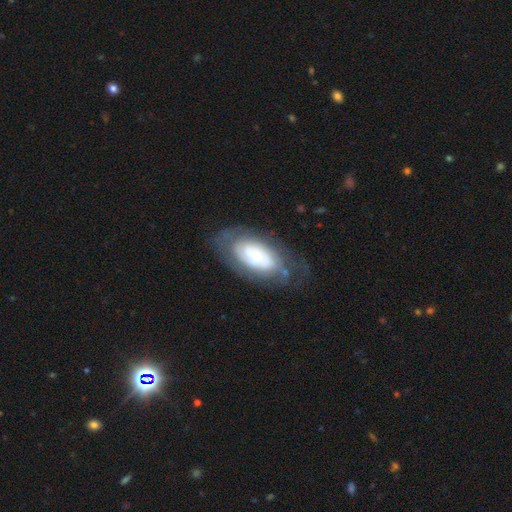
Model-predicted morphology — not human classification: A featured or disk galaxy (55%) with no bar (82%), spiral arms (60%) and a small central bulge (45%).

Vote fractions:
- Smooth or featured? featured or disk: 55% / smooth: 38% / star or artifact: 7%
- Edge-on disk? no: 92% / yes: 8%
- Bar? no: 82% / weak: 14% / strong: 4%
- Spiral arms? yes: 60% / no: 40%
- Bulge size? small: 45% / large: 20% / moderate: 20% / dominant: 7% / none: 7%
- Merging? none: 63% / minor disturbance: 21% / major disturbance: 13% / merger: 2%